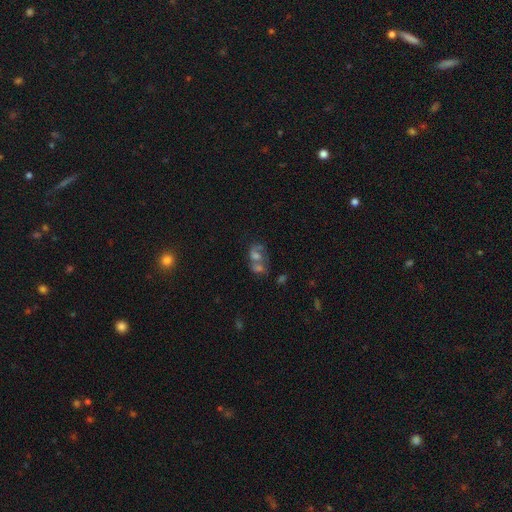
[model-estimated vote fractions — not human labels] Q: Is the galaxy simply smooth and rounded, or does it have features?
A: featured or disk — 44%.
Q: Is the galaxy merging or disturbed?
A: merger — 51%.